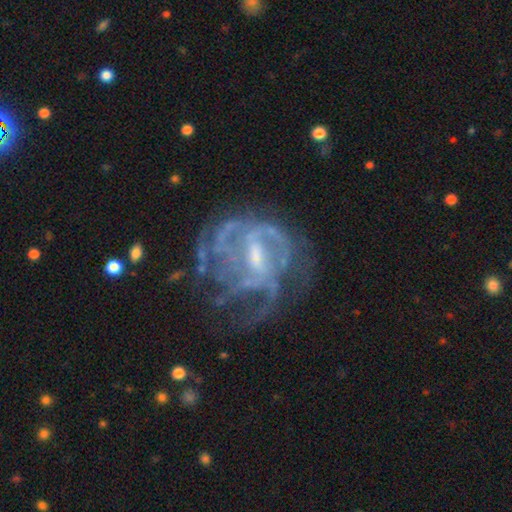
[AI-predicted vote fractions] smooth-or-featured: featured or disk: 83% | star or artifact: 9% | smooth: 8%
  disk-edge-on: no: 97% | yes: 3%
    bar: weak: 54% | no: 23% | strong: 23%
    has-spiral-arms: yes: 84% | no: 16%
      spiral-winding: tight: 44% | medium: 40% | loose: 16%
      spiral-arm-count: can't tell: 43% | 3: 18% | 2: 15% | 4: 13% | more than 4: 6% | 1: 6%
    bulge-size: moderate: 42% | small: 38% | none: 15% | large: 4% | dominant: 1%
  merging: none: 48% | major disturbance: 29% | minor disturbance: 20% | merger: 3%